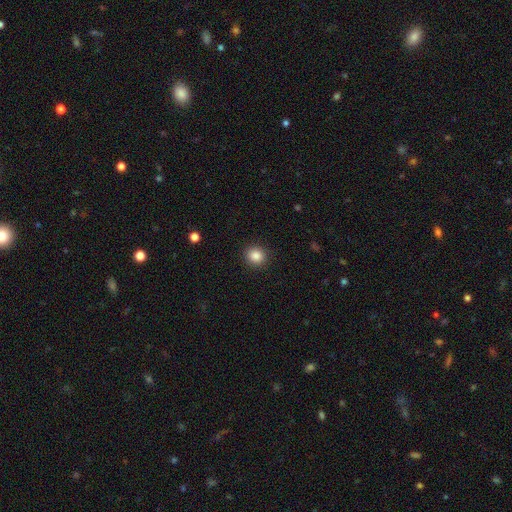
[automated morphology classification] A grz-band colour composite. It shows a smooth galaxy with no disk features (86%) that is round (87%). Merging: none (91%).